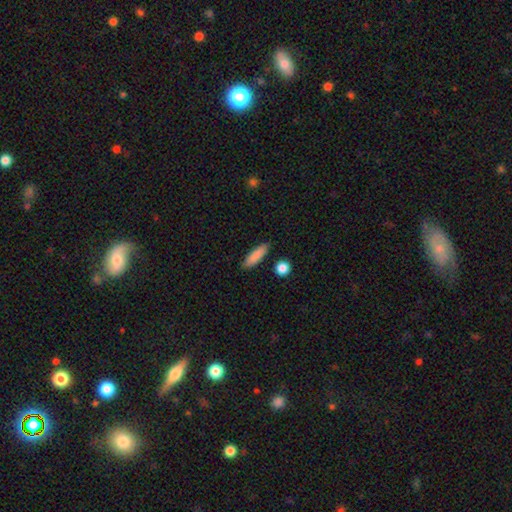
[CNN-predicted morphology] Q: Smooth or featured?
A: smooth (85%); runner-up: featured or disk (9%)
Q: How rounded?
A: cigar-shaped (63%); runner-up: in between (34%)
Q: Merging?
A: none (86%); runner-up: minor disturbance (9%)